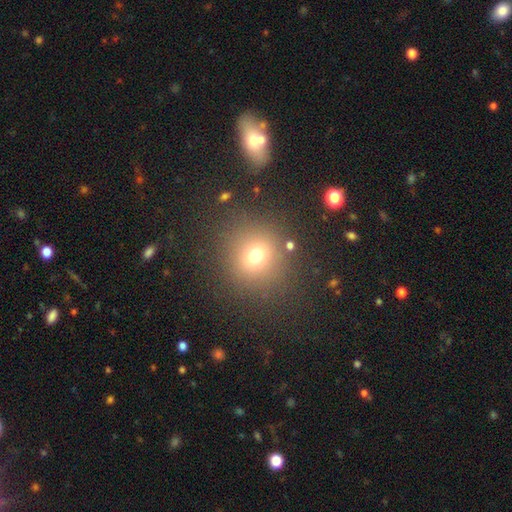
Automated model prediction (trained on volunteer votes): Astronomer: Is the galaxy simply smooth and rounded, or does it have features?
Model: smooth — 69%.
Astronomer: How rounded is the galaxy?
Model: round — 88%.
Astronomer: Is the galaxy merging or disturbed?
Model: none — 84%.